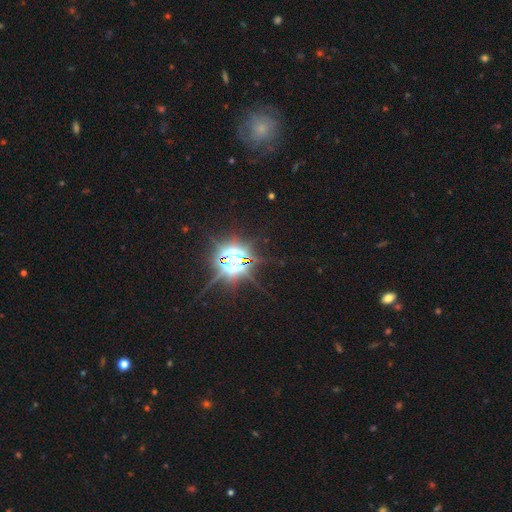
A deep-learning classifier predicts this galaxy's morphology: Smooth or featured? star or artifact (85%)